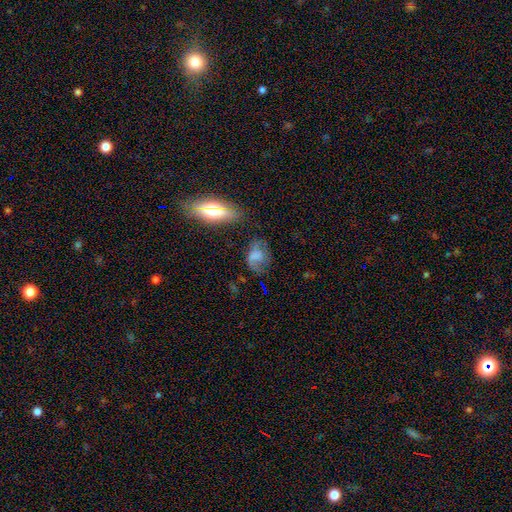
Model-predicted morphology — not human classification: smooth_or_featured: smooth (p=0.52) [alt: featured or disk p=0.32]
how_rounded: in between (p=0.76) [alt: round p=0.21]
merging: none (p=0.42) [alt: minor disturbance p=0.27]